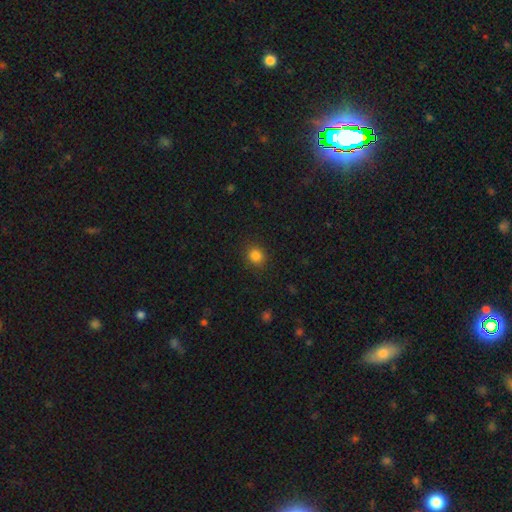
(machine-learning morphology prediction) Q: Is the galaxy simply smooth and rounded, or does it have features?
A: smooth — 83%.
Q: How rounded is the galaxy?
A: round — 82%.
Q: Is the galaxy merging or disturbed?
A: none — 89%.